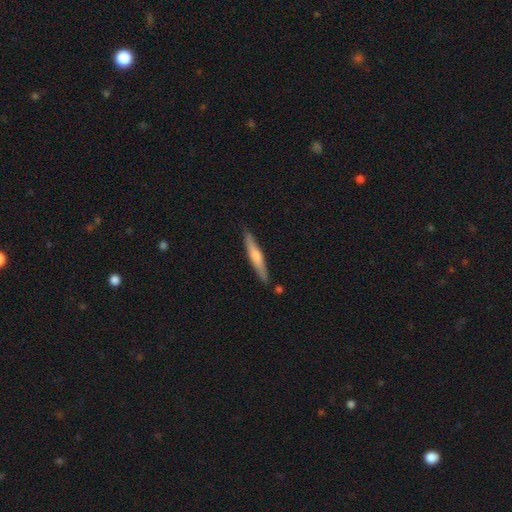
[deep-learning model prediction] Overall: featured or disk (50%; smooth 44%). Edge-on disk: yes (95%). Merging: none (88%).